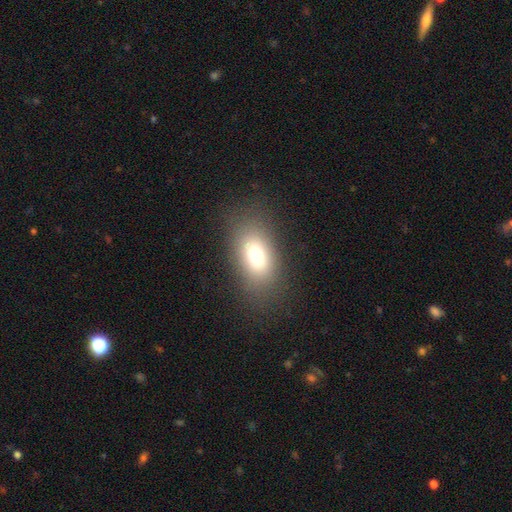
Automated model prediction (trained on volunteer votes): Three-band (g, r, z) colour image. It shows a smooth galaxy with no disk features (74%) that is in between round and cigar-shaped (82%). Merging: none (81%).